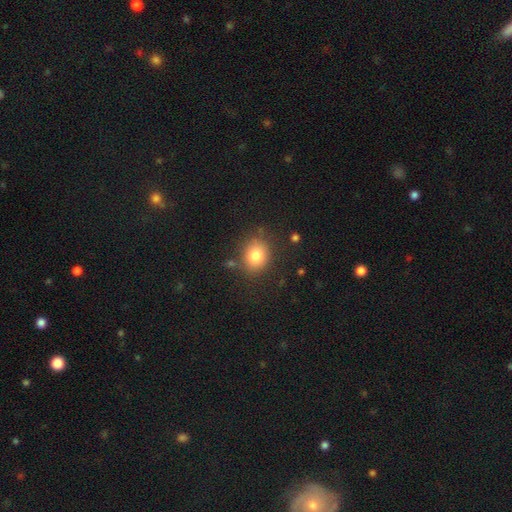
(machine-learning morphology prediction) smooth-or-featured: smooth: 81% | star or artifact: 10% | featured or disk: 9%
  how-rounded: round: 59% | in between: 40% | cigar-shaped: 1%
  merging: none: 81% | minor disturbance: 12% | major disturbance: 4% | merger: 3%